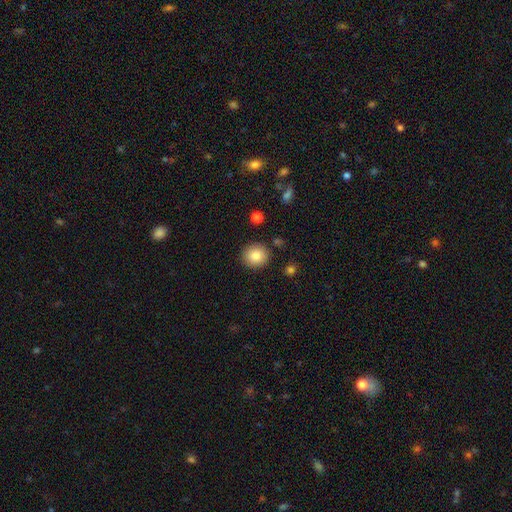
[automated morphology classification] Overall: smooth (84%). How rounded: round (88%). Merging: none (89%).